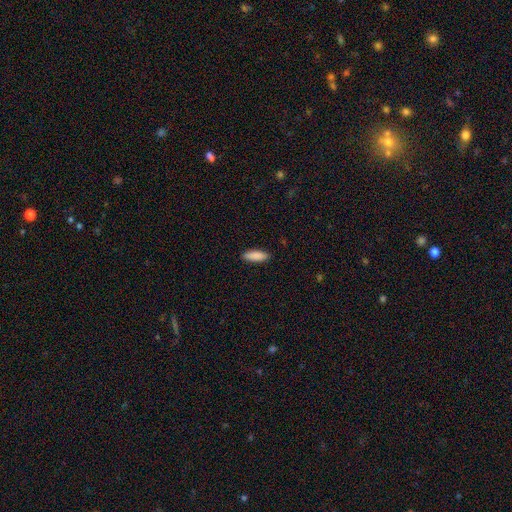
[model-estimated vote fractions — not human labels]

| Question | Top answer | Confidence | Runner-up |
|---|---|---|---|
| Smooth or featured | smooth | 89% | star or artifact (6%) |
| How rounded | in between | 59% | cigar-shaped (39%) |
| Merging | none | 89% | minor disturbance (8%) |